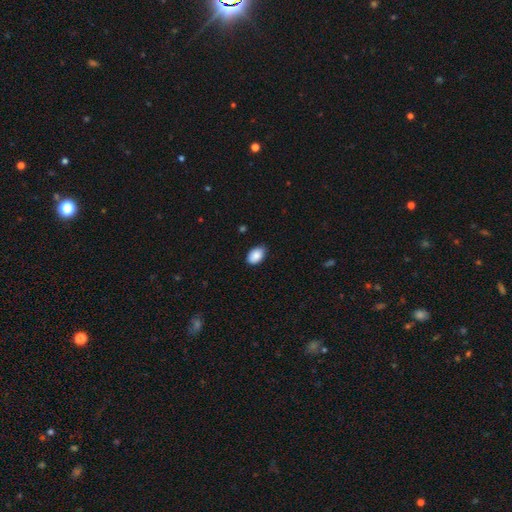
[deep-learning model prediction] The model was most divided on "merging": none: 82%, minor disturbance: 15%, major disturbance: 2%, merger: 1%. More confident: how rounded — in between (90%); smooth or featured — smooth (89%).